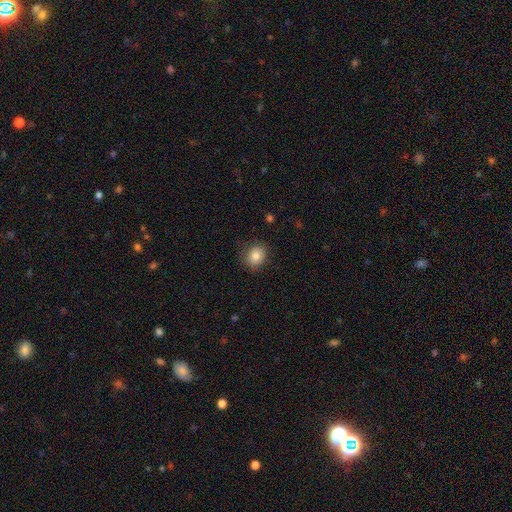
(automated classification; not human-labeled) Smooth or featured? Predicted: smooth (p=0.84). How rounded? Predicted: round (p=0.64). Merging? Predicted: none (p=0.84).